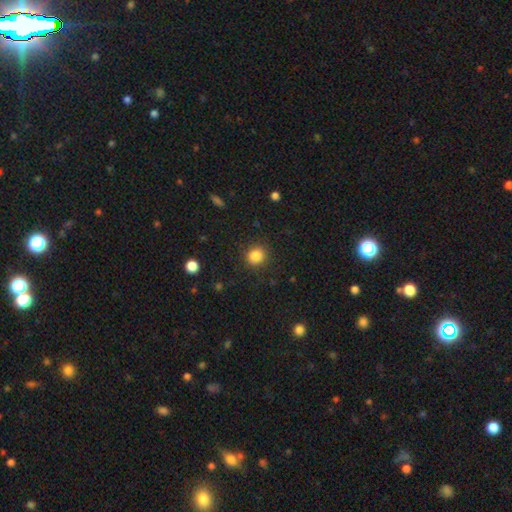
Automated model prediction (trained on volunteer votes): A smooth galaxy with no disk features (85%) that is round (83%).

Vote fractions:
- Smooth or featured? smooth: 85% / star or artifact: 11% / featured or disk: 4%
- How rounded? round: 83% / in between: 16% / cigar-shaped: 1%
- Merging? none: 87% / minor disturbance: 9% / major disturbance: 3% / merger: 1%